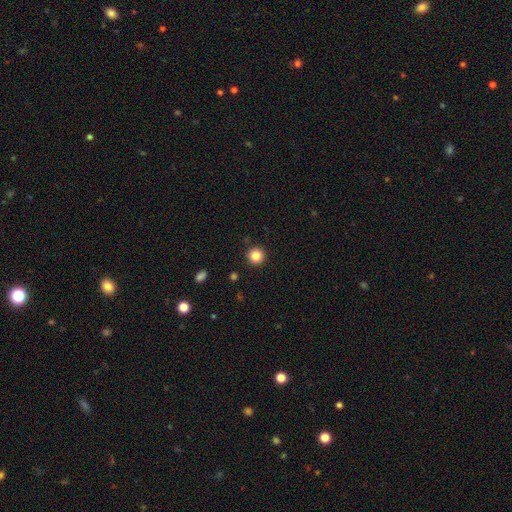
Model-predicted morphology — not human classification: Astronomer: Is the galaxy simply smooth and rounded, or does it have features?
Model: smooth — 84%.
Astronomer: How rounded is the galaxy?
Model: round — 95%.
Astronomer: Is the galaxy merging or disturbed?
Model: none — 92%.